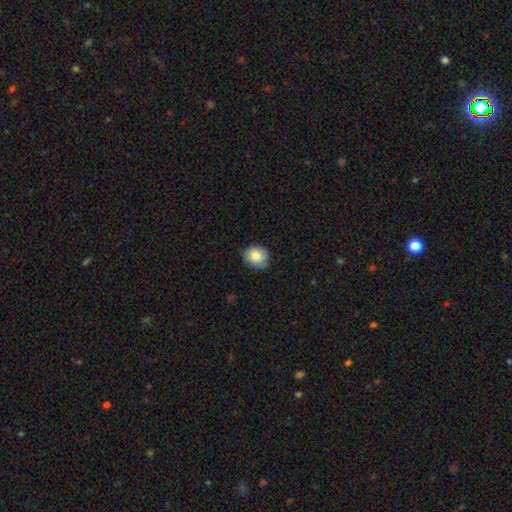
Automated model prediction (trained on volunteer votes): smooth_or_featured: smooth (p=0.83) [alt: featured or disk p=0.09]
how_rounded: round (p=0.70) [alt: in between p=0.30]
merging: none (p=0.81) [alt: minor disturbance p=0.16]